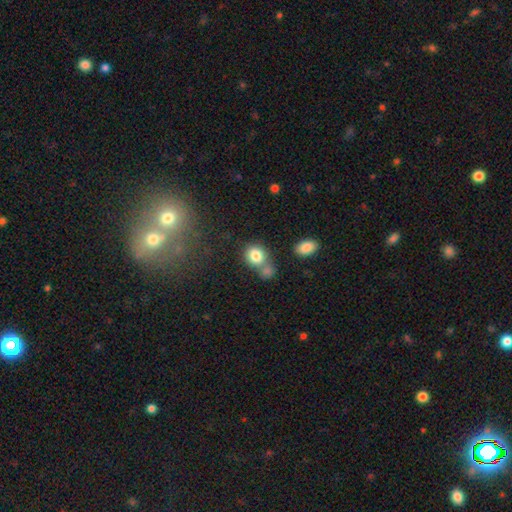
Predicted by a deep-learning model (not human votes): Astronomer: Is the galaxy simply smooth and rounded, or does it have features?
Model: smooth — 81%.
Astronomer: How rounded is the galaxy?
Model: round — 66%.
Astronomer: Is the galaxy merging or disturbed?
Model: none — 49% (runner-up: merger, 33%).